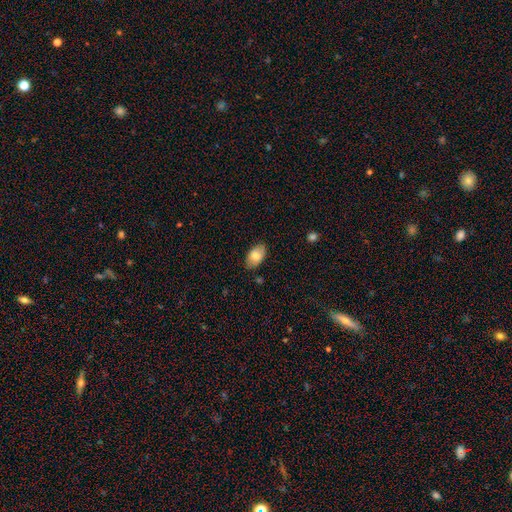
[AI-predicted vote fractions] smooth 77%, featured or disk 16%, star or artifact 7%. Down the decision tree: how rounded — in between (93%); merging — none (82%).